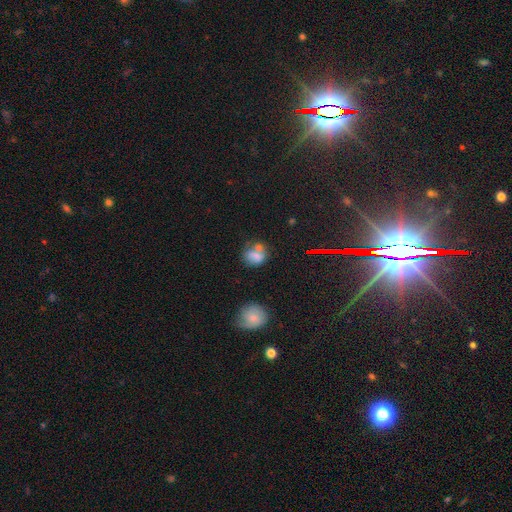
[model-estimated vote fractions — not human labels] Smooth or featured? smooth (65%)
How rounded? round (59%)
Merging? none (40%)